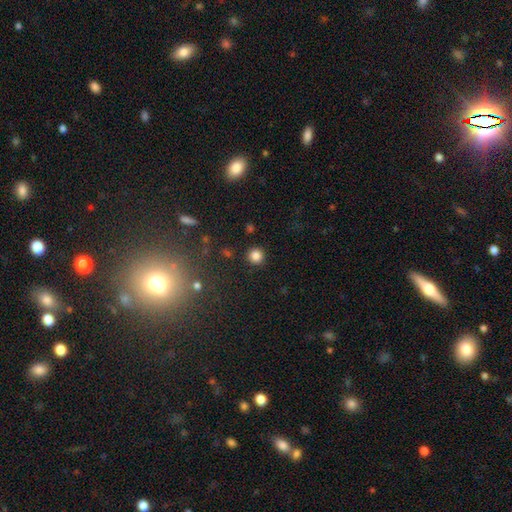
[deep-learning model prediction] smooth-or-featured: smooth: 83% | star or artifact: 12% | featured or disk: 5%
  how-rounded: round: 95% | in between: 5% | cigar-shaped: 1%
  merging: none: 91% | minor disturbance: 5% | major disturbance: 2% | merger: 2%